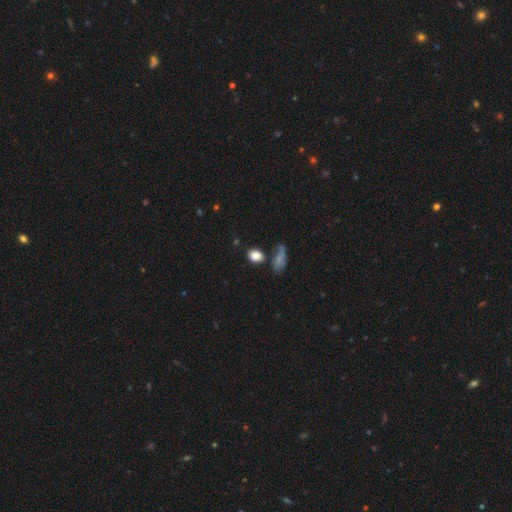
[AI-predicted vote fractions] This is clearly a smooth galaxy (83%). How rounded: likely in between (66%). Merging: likely none (69%).